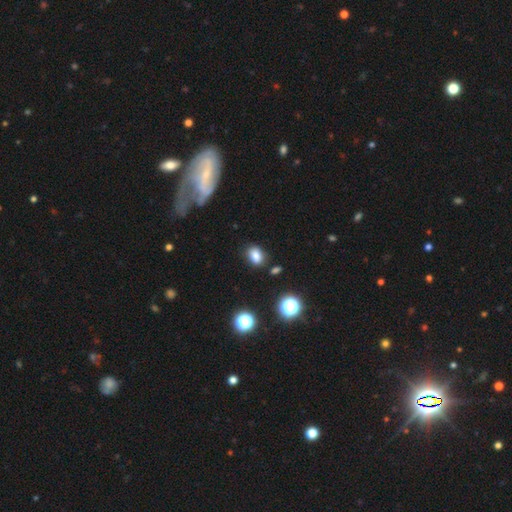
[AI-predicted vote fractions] Smooth or featured? smooth (81%)
How rounded? in between (73%)
Merging? none (83%)